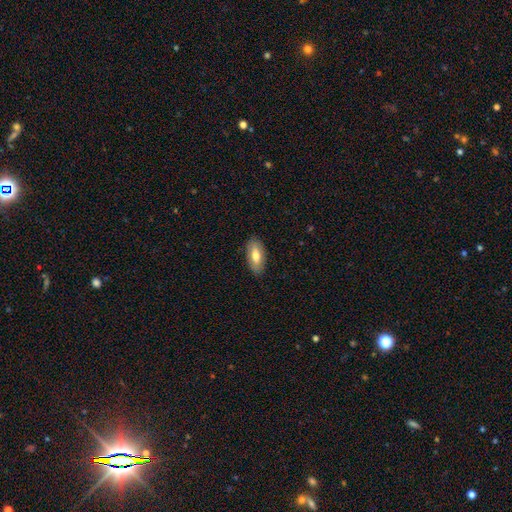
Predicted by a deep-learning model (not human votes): A smooth galaxy with no disk features (69%) that is in between round and cigar-shaped (87%). Merging: none (86%).